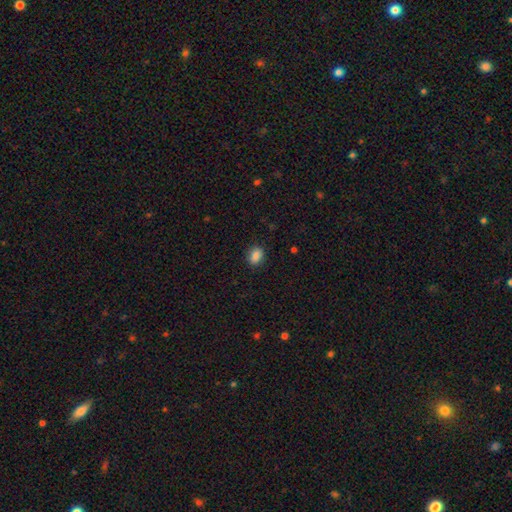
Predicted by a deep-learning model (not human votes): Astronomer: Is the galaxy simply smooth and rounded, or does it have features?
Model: smooth — 86%.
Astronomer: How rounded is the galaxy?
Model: in between — 66%.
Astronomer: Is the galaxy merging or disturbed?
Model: none — 87%.